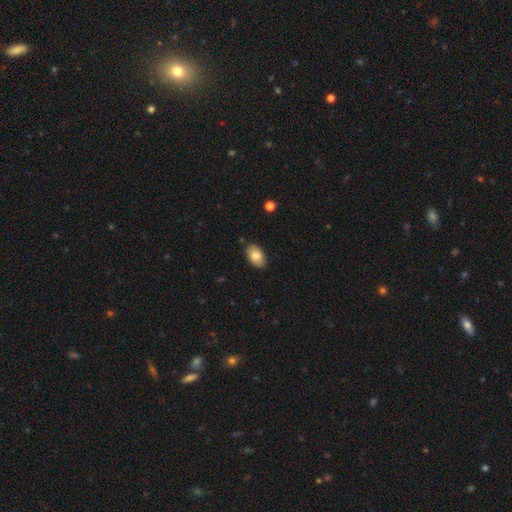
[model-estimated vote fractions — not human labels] Smooth or featured?
  - smooth: 82% *
  - featured or disk: 11%
  - star or artifact: 7%
How rounded?
  - in between: 92% *
  - round: 7%
  - cigar-shaped: 1%
Merging?
  - none: 85% *
  - minor disturbance: 11%
  - major disturbance: 2%
  - merger: 1%